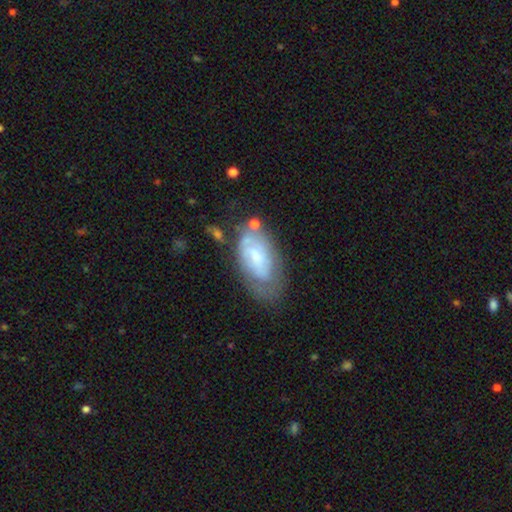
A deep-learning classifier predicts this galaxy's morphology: Smooth or featured: featured or disk — 56% (smooth — 36%)
Edge-on disk: no — 93% (yes — 7%)
Bar: no — 56% (weak — 36%)
Spiral arms: yes — 70% (no — 30%)
Bulge size: small — 50% (moderate — 27%)
Merging: none — 48% (minor disturbance — 28%)